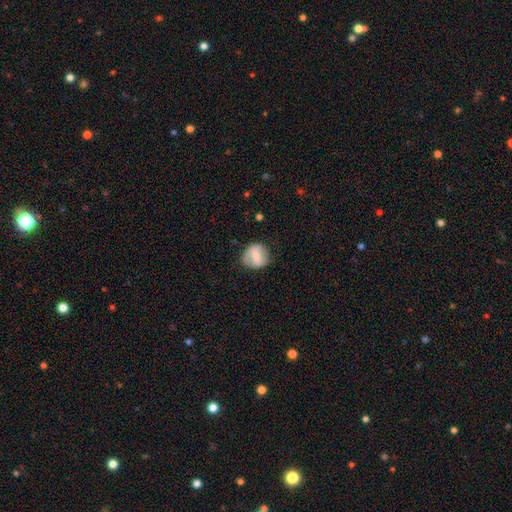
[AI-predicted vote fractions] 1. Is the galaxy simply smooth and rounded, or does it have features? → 57% smooth, 35% featured or disk, 7% star or artifact.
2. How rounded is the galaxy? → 77% round, 21% in between, 1% cigar-shaped.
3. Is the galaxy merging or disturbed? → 72% none, 20% minor disturbance, 7% major disturbance, 2% merger.